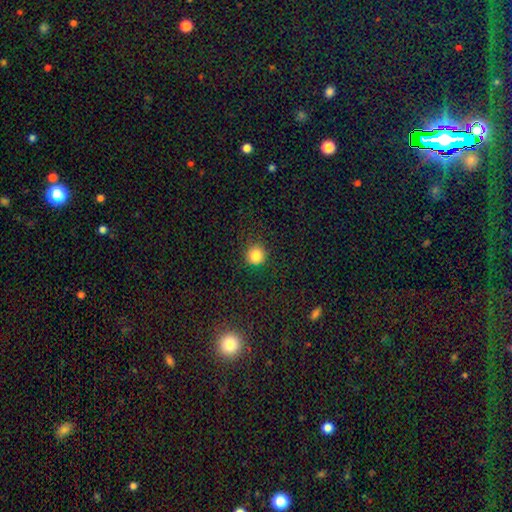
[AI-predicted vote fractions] A smooth galaxy with no disk features (84%) that is round (93%).

Vote fractions:
- Smooth or featured? smooth: 84% / star or artifact: 12% / featured or disk: 5%
- How rounded? round: 93% / in between: 6% / cigar-shaped: 1%
- Merging? none: 90% / minor disturbance: 7% / major disturbance: 2% / merger: 1%